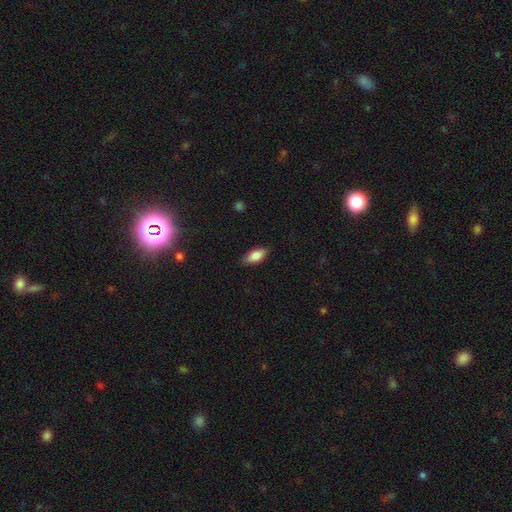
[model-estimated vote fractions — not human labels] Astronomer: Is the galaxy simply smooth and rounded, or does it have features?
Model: smooth — 81%.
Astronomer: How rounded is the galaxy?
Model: in between — 85%.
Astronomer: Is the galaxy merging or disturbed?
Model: none — 84%.